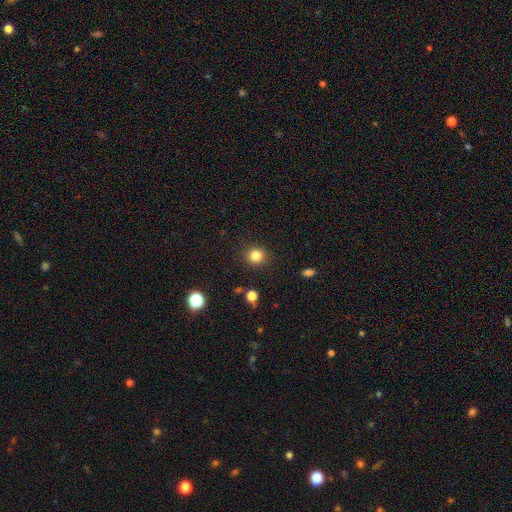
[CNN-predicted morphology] A smooth galaxy with no disk features (83%) that is round (90%). Merging: none (90%).